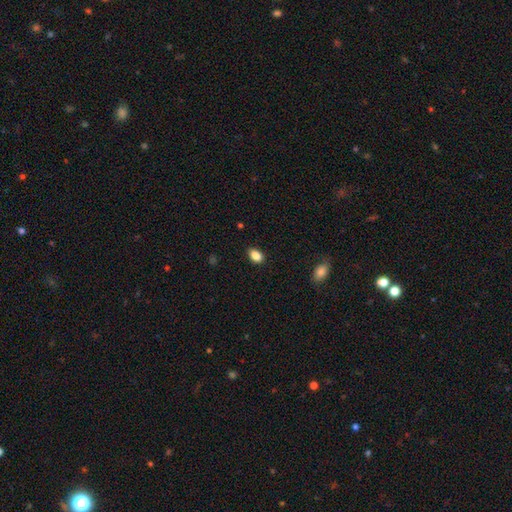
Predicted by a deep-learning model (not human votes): smooth_or_featured: smooth (p=0.87) [alt: star or artifact p=0.09]
how_rounded: in between (p=0.85) [alt: round p=0.13]
merging: none (p=0.86) [alt: minor disturbance p=0.10]